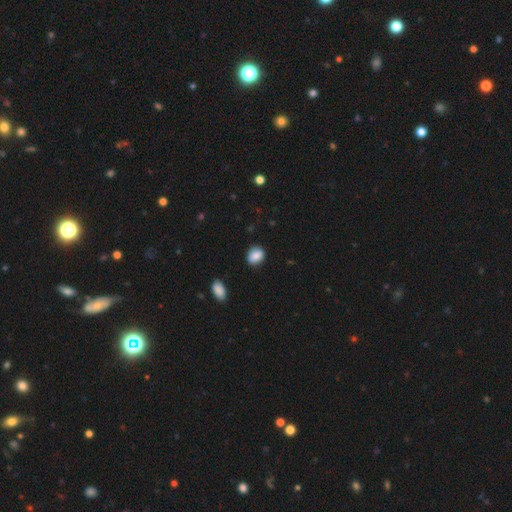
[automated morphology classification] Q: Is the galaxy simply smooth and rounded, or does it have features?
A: smooth — 87%.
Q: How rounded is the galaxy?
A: in between — 56%.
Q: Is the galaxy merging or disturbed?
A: none — 84%.